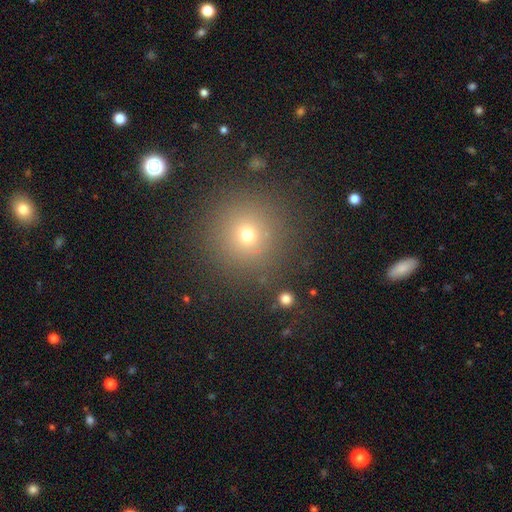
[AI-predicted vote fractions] Smooth or featured? smooth (58%)
How rounded? round (95%)
Merging? none (90%)